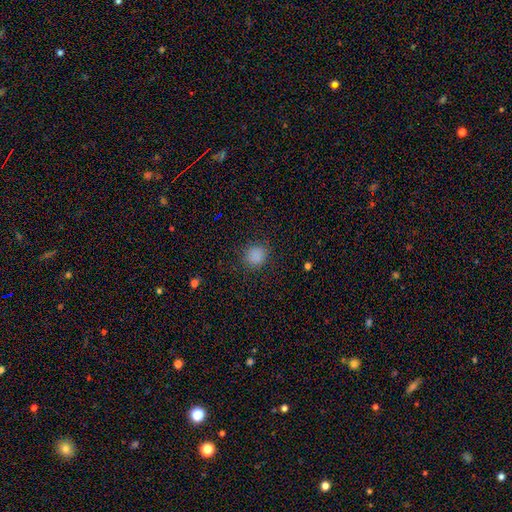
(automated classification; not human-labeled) This appears to be a smooth galaxy with no disk features (85%) that is round (83%). Merging: none (86%).